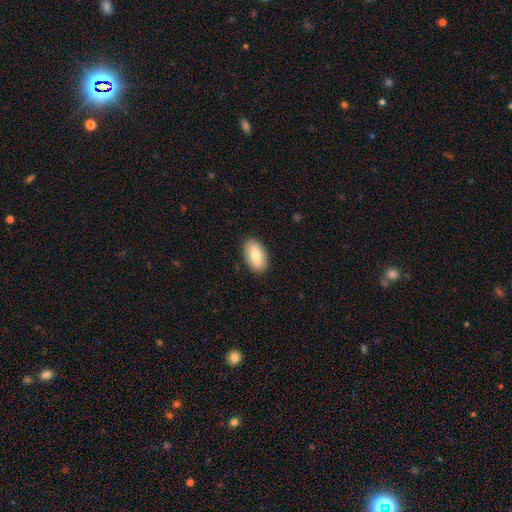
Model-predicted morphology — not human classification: Smooth or featured?
  - smooth: 76% *
  - featured or disk: 18%
  - star or artifact: 6%
How rounded?
  - in between: 94% *
  - round: 4%
  - cigar-shaped: 2%
Merging?
  - none: 88% *
  - minor disturbance: 9%
  - major disturbance: 2%
  - merger: 1%